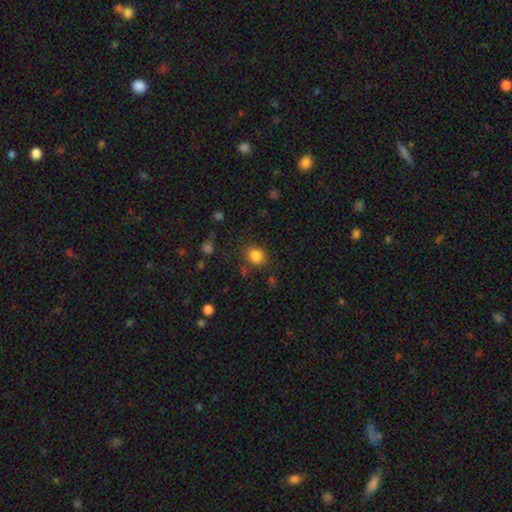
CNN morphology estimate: type=smooth (84%); roundness=round (72%); merging=none (79%).